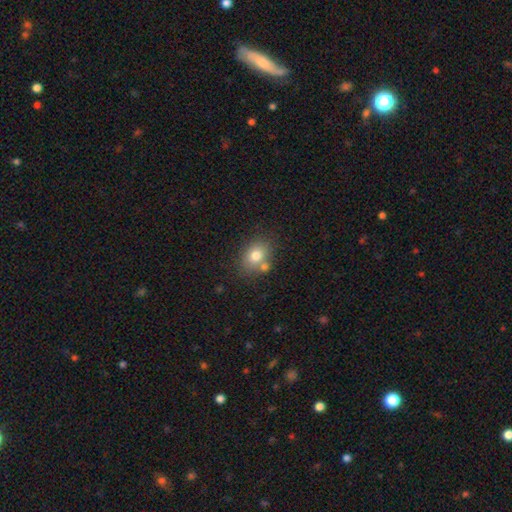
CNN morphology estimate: Overall: smooth (77%). How rounded: in between (58%; round 41%). Merging: none (63%).